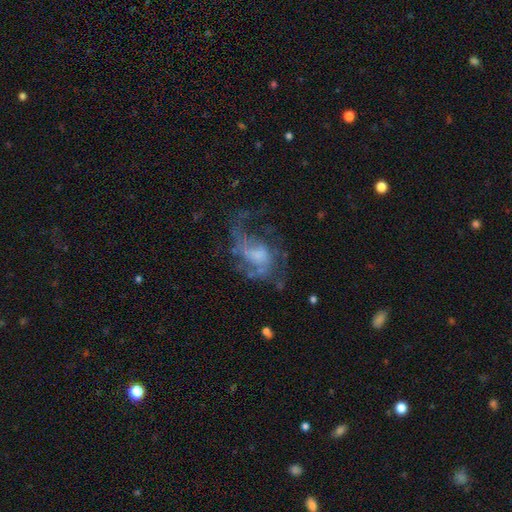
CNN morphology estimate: Smooth or featured: featured or disk — 75% (smooth — 15%)
Edge-on disk: no — 97% (yes — 3%)
Bar: no — 59% (weak — 34%)
Spiral arms: yes — 80% (no — 20%)
Spiral winding: loose — 44% (medium — 41%)
Spiral arm count: 2 — 30% (1 — 25%)
Bulge size: small — 33% (moderate — 32%)
Merging: none — 42% (major disturbance — 37%)